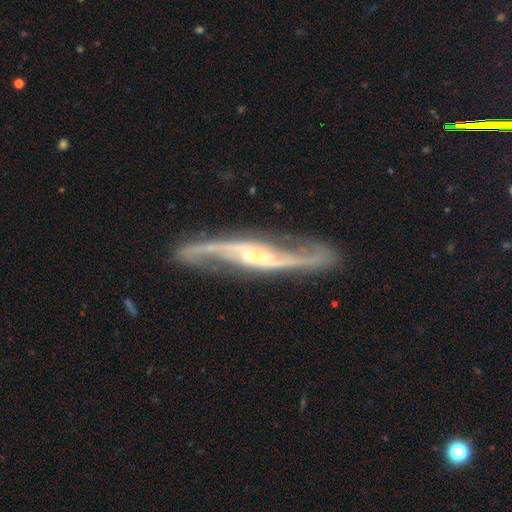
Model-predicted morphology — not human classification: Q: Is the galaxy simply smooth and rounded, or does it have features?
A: featured or disk — 92%.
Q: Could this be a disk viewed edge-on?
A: no — 83%.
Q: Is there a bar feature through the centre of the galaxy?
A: weak — 38%.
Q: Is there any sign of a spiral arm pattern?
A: yes — 98%.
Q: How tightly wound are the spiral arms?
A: loose — 55%.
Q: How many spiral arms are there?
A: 2 — 94%.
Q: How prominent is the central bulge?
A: small — 56%.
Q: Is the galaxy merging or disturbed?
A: none — 82%.